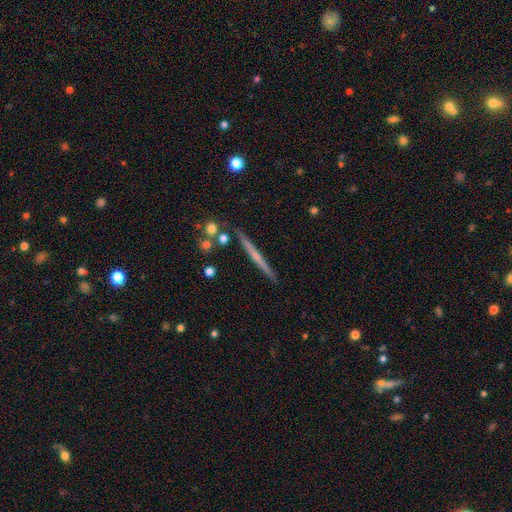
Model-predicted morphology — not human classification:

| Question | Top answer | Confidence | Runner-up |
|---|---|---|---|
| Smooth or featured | featured or disk | 55% | smooth (38%) |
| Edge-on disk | yes | 97% | no (3%) |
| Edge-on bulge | none | 80% | rounded (16%) |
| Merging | none | 88% | minor disturbance (7%) |